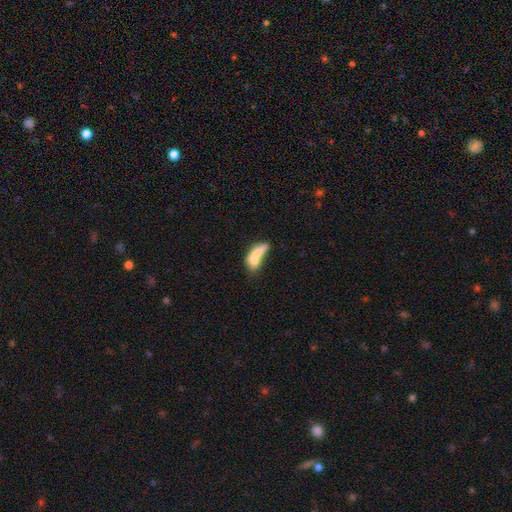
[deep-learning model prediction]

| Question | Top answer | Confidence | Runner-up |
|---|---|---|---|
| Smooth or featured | smooth | 63% | featured or disk (28%) |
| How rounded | in between | 67% | cigar-shaped (26%) |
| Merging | merger | 57% | none (20%) |